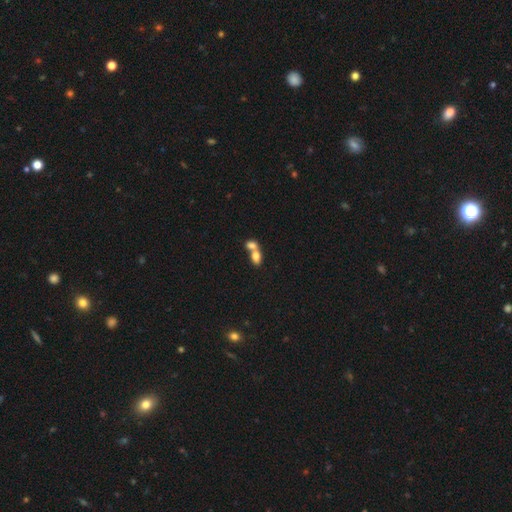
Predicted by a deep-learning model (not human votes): smooth_or_featured: smooth (p=0.77) [alt: featured or disk p=0.14]
how_rounded: in between (p=0.78) [alt: round p=0.19]
merging: merger (p=0.72) [alt: none p=0.19]